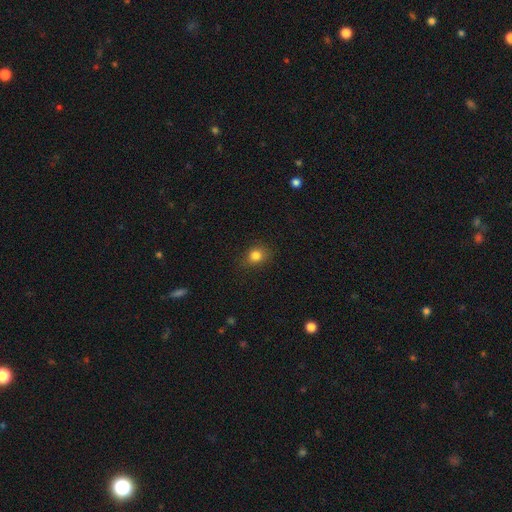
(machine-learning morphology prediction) This is clearly a smooth galaxy (82%). How rounded: likely round (68%). Merging: clearly none (81%).